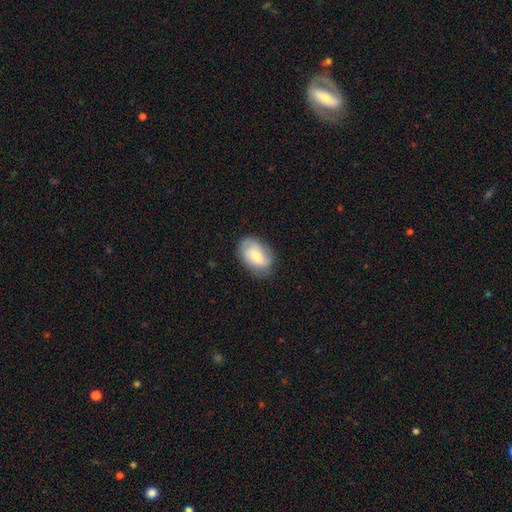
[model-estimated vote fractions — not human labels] A smooth galaxy with no disk features (53%) that is in between round and cigar-shaped (85%). Merging: none (78%).